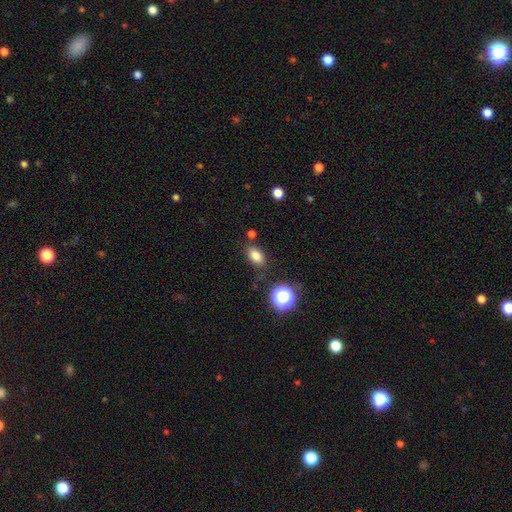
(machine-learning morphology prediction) A smooth galaxy with no disk features (81%) that is in between round and cigar-shaped (83%).

Vote fractions:
- Smooth or featured? smooth: 81% / star or artifact: 12% / featured or disk: 7%
- How rounded? in between: 83% / round: 14% / cigar-shaped: 2%
- Merging? none: 78% / minor disturbance: 14% / merger: 4% / major disturbance: 4%